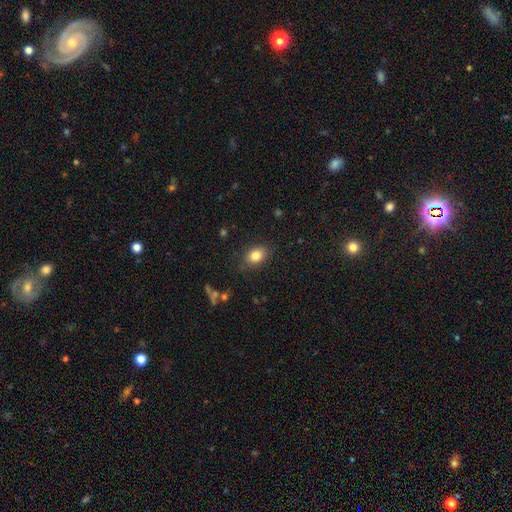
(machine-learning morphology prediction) smooth_or_featured: smooth (p=0.83) [alt: star or artifact p=0.09]
how_rounded: in between (p=0.76) [alt: round p=0.23]
merging: none (p=0.84) [alt: minor disturbance p=0.12]